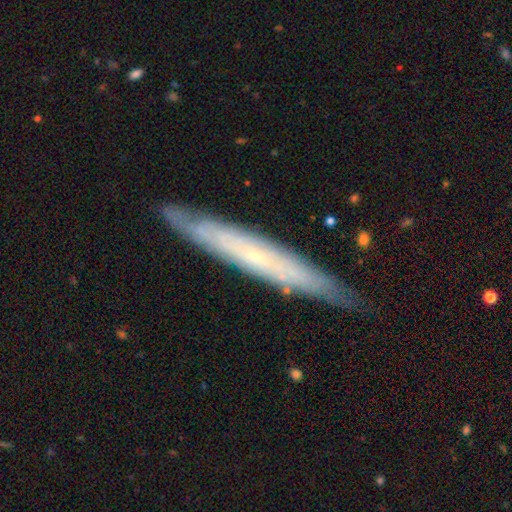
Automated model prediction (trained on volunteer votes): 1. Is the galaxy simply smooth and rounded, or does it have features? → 70% featured or disk, 23% smooth, 7% star or artifact.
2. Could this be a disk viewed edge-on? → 74% yes, 26% no.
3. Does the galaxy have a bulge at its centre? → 62% none, 35% rounded, 3% boxy.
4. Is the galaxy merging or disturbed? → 85% none, 11% minor disturbance, 2% major disturbance, 1% merger.